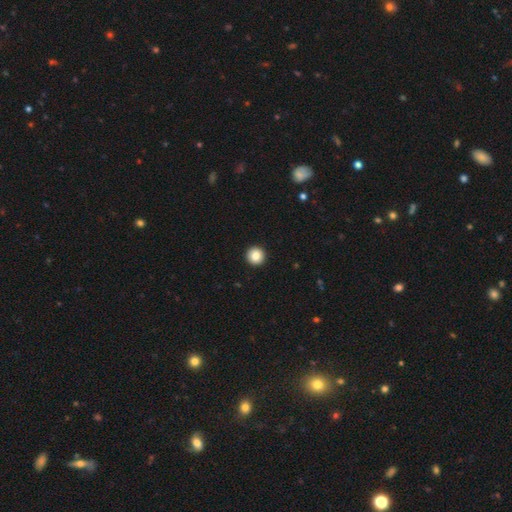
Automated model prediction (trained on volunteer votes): Morphology: type=smooth (84%); roundness=round (96%); merging=none (94%).